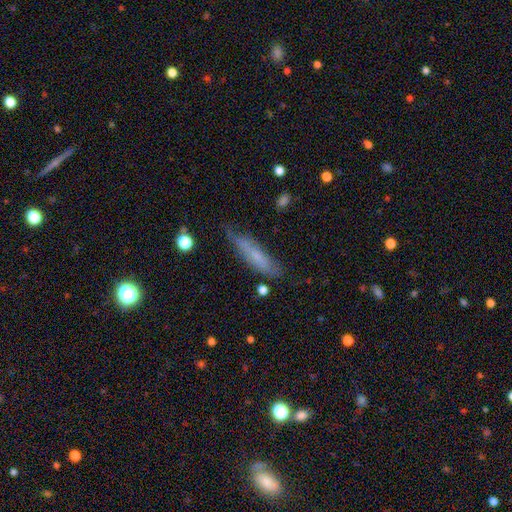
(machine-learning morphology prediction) smooth-or-featured: smooth: 54% | featured or disk: 37% | star or artifact: 9%
  how-rounded: cigar-shaped: 74% | in between: 24% | round: 2%
  merging: none: 60% | minor disturbance: 29% | major disturbance: 9% | merger: 3%